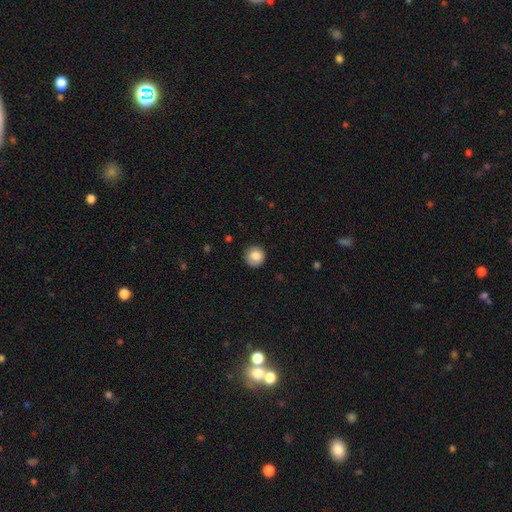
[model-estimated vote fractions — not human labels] smooth_or_featured: smooth (p=0.83) [alt: star or artifact p=0.08]
how_rounded: round (p=0.94) [alt: in between p=0.05]
merging: none (p=0.86) [alt: minor disturbance p=0.11]